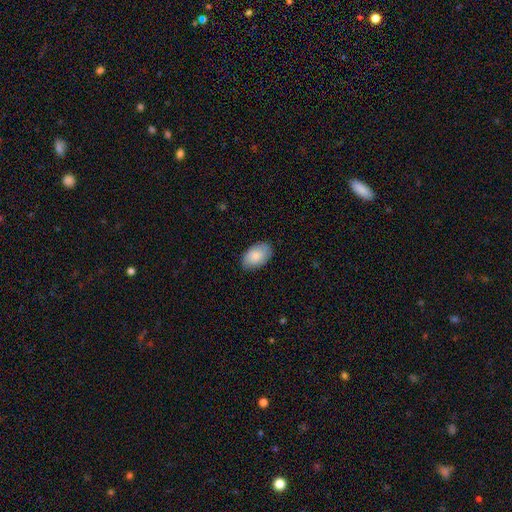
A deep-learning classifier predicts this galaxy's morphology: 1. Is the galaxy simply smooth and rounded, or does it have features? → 85% smooth, 10% featured or disk, 6% star or artifact.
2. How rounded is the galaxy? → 93% in between, 6% round, 1% cigar-shaped.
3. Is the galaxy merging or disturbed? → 84% none, 13% minor disturbance, 3% major disturbance, 1% merger.